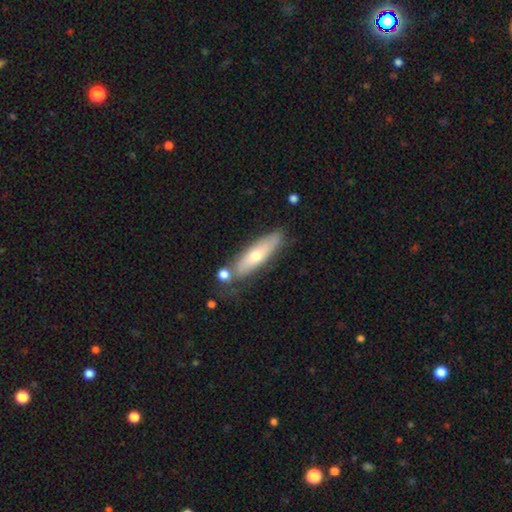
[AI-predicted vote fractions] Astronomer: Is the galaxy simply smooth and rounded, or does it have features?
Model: smooth — 54% (runner-up: featured or disk, 40%).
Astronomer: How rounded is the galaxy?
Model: cigar-shaped — 60% (runner-up: in between, 38%).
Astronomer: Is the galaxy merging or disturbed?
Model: none — 67%.